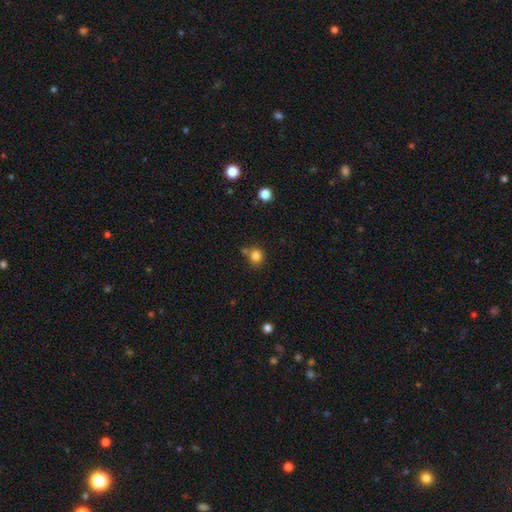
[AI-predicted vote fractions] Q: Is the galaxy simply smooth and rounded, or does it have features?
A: smooth — 82%.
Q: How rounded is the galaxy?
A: round — 86%.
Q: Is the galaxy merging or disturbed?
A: none — 70%.